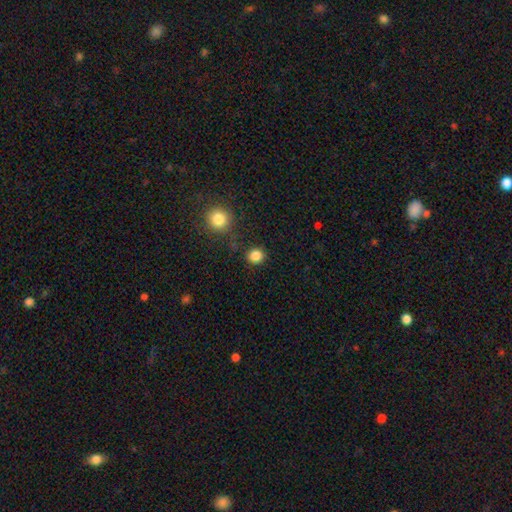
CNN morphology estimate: Smooth or featured?
  - smooth: 85% *
  - star or artifact: 12%
  - featured or disk: 4%
How rounded?
  - round: 88% *
  - in between: 11%
  - cigar-shaped: 1%
Merging?
  - none: 87% *
  - minor disturbance: 7%
  - merger: 3%
  - major disturbance: 3%